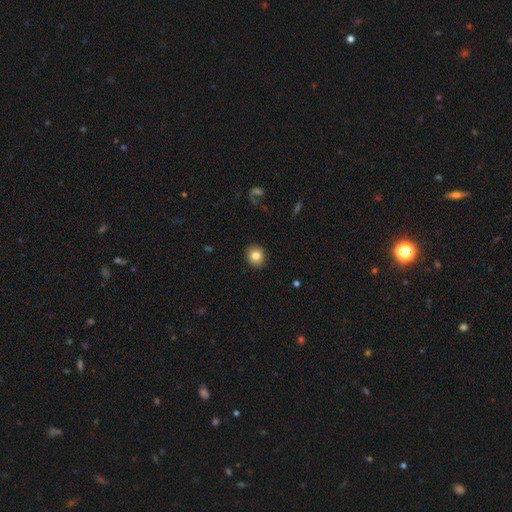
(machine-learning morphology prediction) smooth 82%, star or artifact 9%, featured or disk 8%. Down the decision tree: how rounded — round (79%); merging — none (90%).